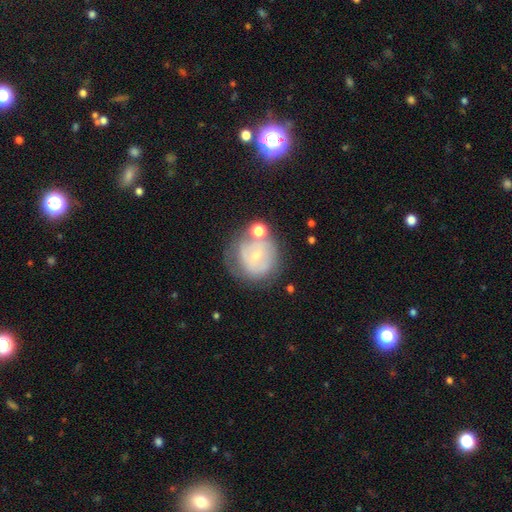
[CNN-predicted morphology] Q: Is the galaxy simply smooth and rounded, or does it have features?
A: featured or disk — 52%.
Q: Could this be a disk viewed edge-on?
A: no — 97%.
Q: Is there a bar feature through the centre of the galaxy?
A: no — 70%.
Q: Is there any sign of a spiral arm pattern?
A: yes — 58%.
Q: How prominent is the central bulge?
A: small — 73%.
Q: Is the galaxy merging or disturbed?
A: none — 49%.